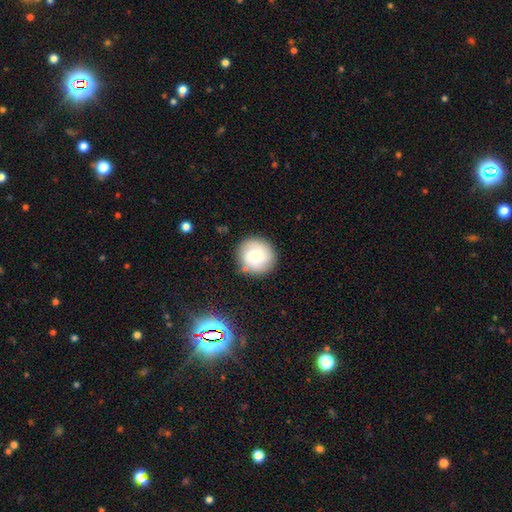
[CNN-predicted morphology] Smooth or featured? Predicted: smooth (p=0.58). How rounded? Predicted: round (p=0.93). Merging? Predicted: none (p=0.83).